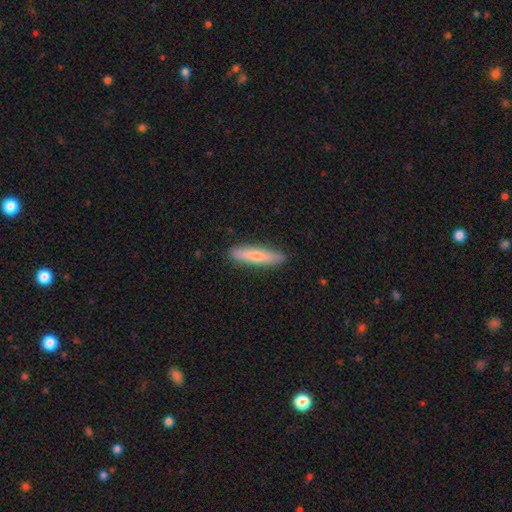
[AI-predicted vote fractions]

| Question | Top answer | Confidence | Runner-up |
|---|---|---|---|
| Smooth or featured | smooth | 73% | featured or disk (21%) |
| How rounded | cigar-shaped | 86% | in between (13%) |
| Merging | none | 89% | minor disturbance (8%) |